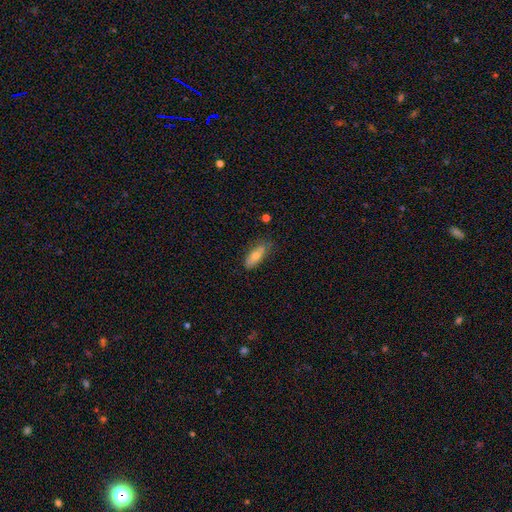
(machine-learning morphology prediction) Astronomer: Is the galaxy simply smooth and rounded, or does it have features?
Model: smooth — 68%.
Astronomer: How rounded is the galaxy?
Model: in between — 70%.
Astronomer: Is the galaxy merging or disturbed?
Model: none — 69%.